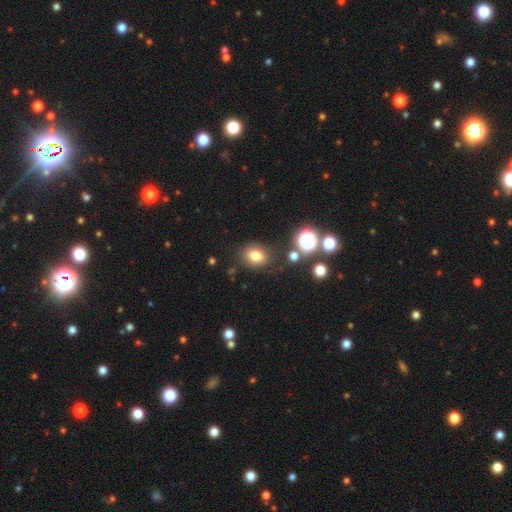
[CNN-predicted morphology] A smooth galaxy with no disk features (77%) that is round (51%).

Vote fractions:
- Smooth or featured? smooth: 77% / star or artifact: 15% / featured or disk: 8%
- How rounded? round: 51% / in between: 48% / cigar-shaped: 1%
- Merging? none: 82% / minor disturbance: 11% / merger: 4% / major disturbance: 4%